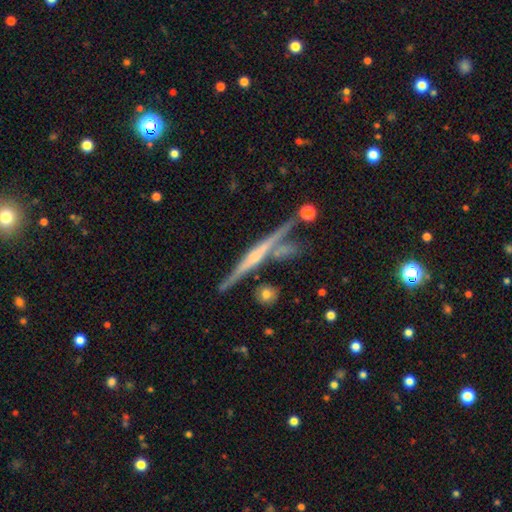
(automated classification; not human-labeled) This is likely a featured or disk galaxy (78%). It is clearly viewed edge-on (97%). Edge-on bulge: likely rounded (60%). Merging: likely none (74%).